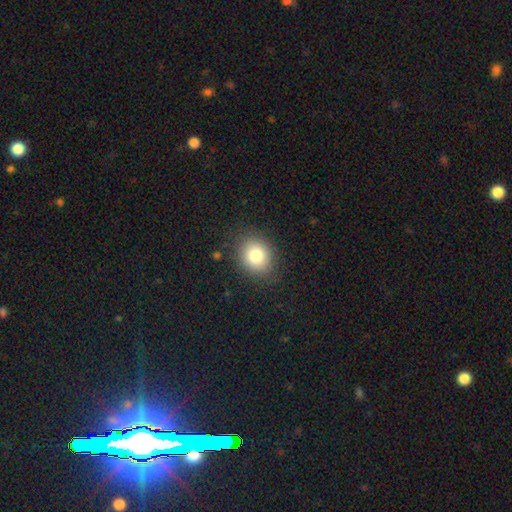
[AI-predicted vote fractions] smooth 81%, star or artifact 10%, featured or disk 8%. Down the decision tree: how rounded — round (72%); merging — none (85%).